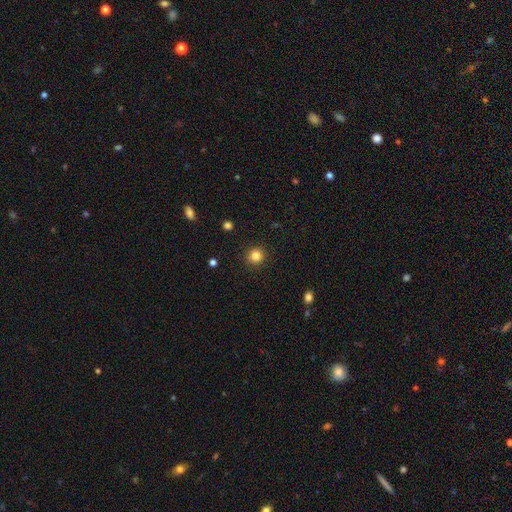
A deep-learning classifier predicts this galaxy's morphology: smooth-or-featured: smooth: 83% | star or artifact: 12% | featured or disk: 5%
  how-rounded: round: 94% | in between: 5% | cigar-shaped: 1%
  merging: none: 92% | minor disturbance: 5% | major disturbance: 2% | merger: 1%